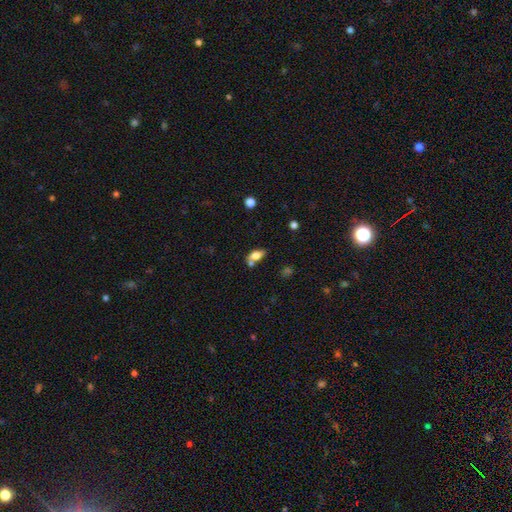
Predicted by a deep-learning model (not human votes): A smooth galaxy with no disk features (75%) that is in between round and cigar-shaped (86%). Merging: none (53%).